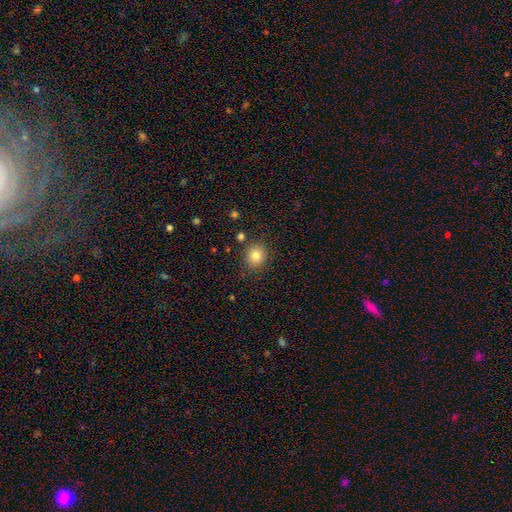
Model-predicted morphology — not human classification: This appears to be a smooth galaxy with no disk features (82%) that is round (78%). Merging: none (84%).